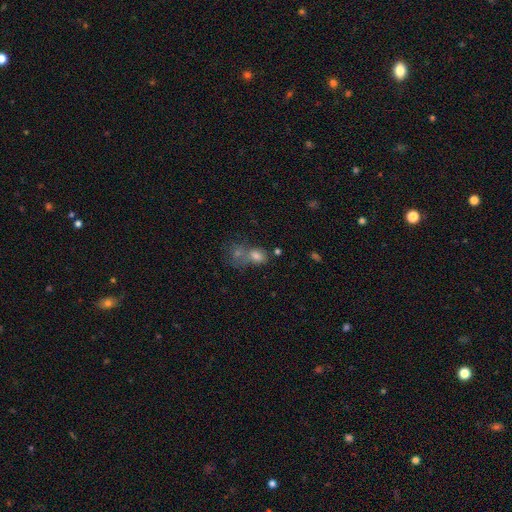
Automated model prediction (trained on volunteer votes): A smooth galaxy with no disk features (71%) that is in between round and cigar-shaped (60%).

Vote fractions:
- Smooth or featured? smooth: 71% / star or artifact: 16% / featured or disk: 13%
- How rounded? in between: 60% / round: 38% / cigar-shaped: 2%
- Merging? merger: 52% / none: 31% / minor disturbance: 10% / major disturbance: 7%